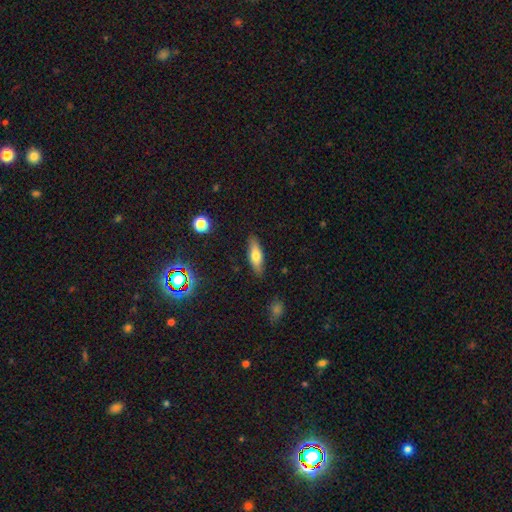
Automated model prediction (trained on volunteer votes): The model was most divided on "how rounded": in between: 54%, cigar-shaped: 43%, round: 3%. More confident: merging — none (87%); smooth or featured — smooth (65%).